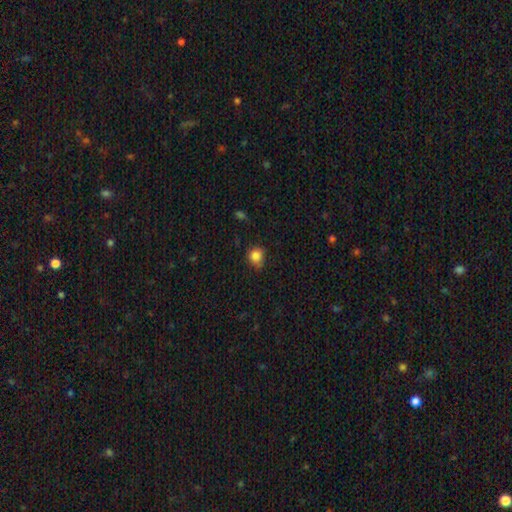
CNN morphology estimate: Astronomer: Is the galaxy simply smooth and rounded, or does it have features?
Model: smooth — 83%.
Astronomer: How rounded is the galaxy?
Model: round — 81%.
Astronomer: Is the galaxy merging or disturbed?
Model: none — 70%.